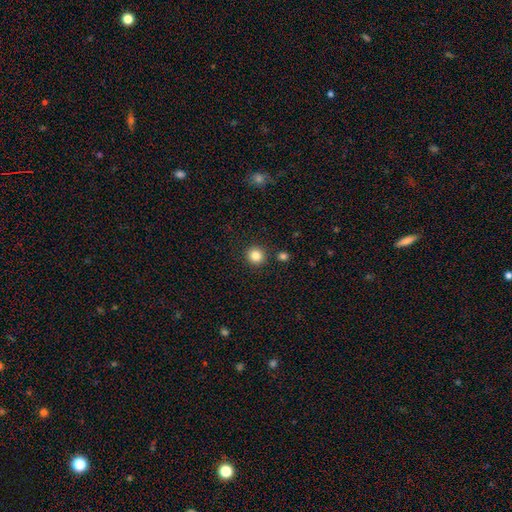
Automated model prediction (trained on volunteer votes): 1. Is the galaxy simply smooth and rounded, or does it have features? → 84% smooth, 11% star or artifact, 5% featured or disk.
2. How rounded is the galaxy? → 93% round, 6% in between, 1% cigar-shaped.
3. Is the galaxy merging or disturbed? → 90% none, 5% minor disturbance, 3% merger, 2% major disturbance.